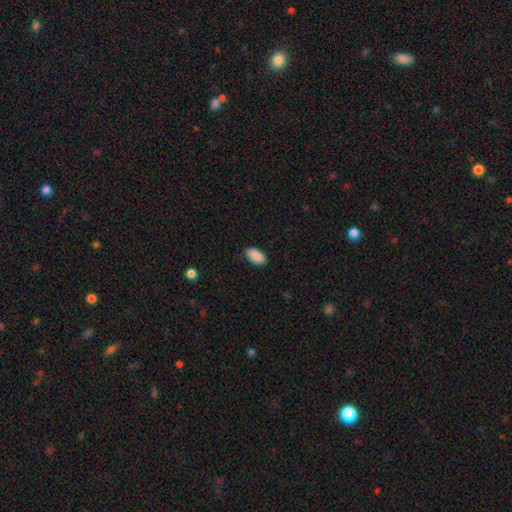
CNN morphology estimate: This is clearly a smooth galaxy (90%). How rounded: clearly in between (94%). Merging: clearly none (86%).